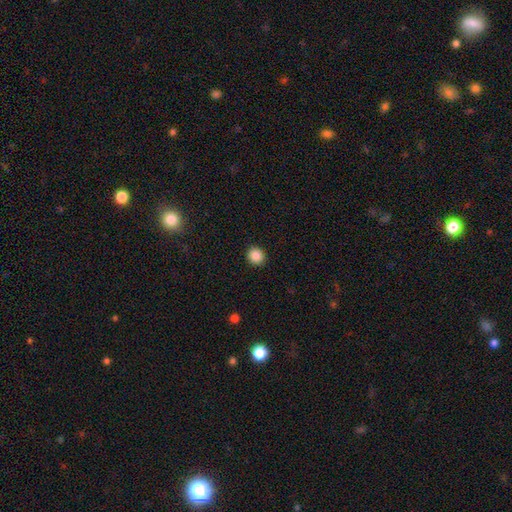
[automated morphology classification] Smooth or featured? smooth (87%)
How rounded? round (88%)
Merging? none (92%)